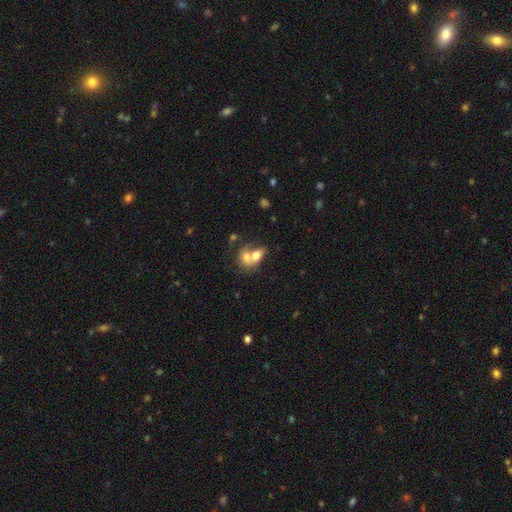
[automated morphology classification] The model was most divided on "smooth or featured": smooth: 68%, featured or disk: 23%, star or artifact: 8%. More confident: how rounded — in between (77%); merging — merger (71%).